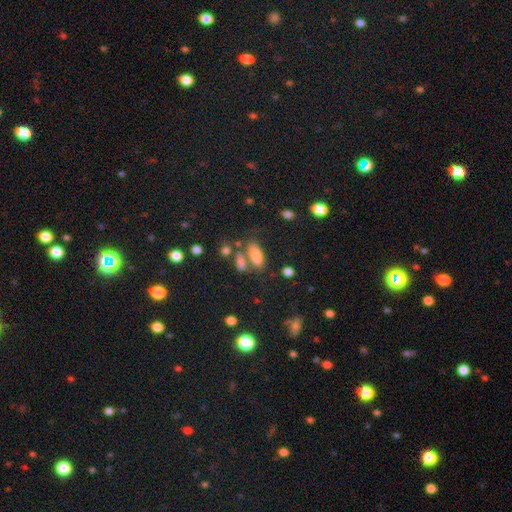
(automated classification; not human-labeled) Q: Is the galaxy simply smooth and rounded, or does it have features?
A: smooth — 80%.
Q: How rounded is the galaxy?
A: in between — 81%.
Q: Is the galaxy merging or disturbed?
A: none — 53%.